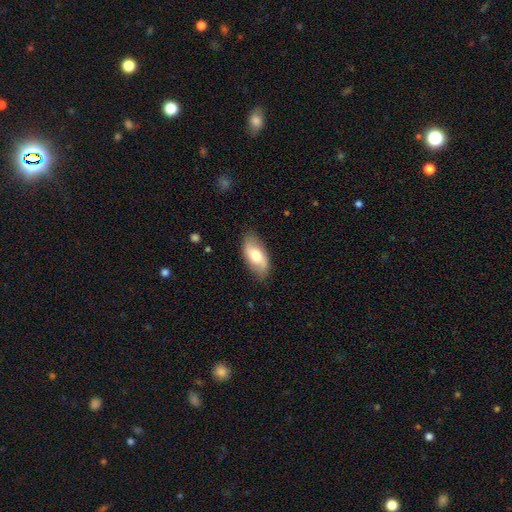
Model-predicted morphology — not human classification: smooth-or-featured: smooth: 64% | featured or disk: 30% | star or artifact: 6%
  how-rounded: in between: 92% | cigar-shaped: 5% | round: 3%
  merging: none: 83% | minor disturbance: 13% | major disturbance: 3% | merger: 1%